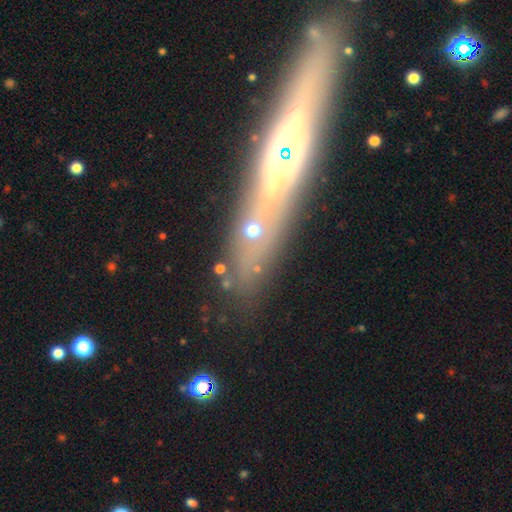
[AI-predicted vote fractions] Smooth or featured: featured or disk — 49% (smooth — 26%)
Merging: none — 77% (minor disturbance — 11%)